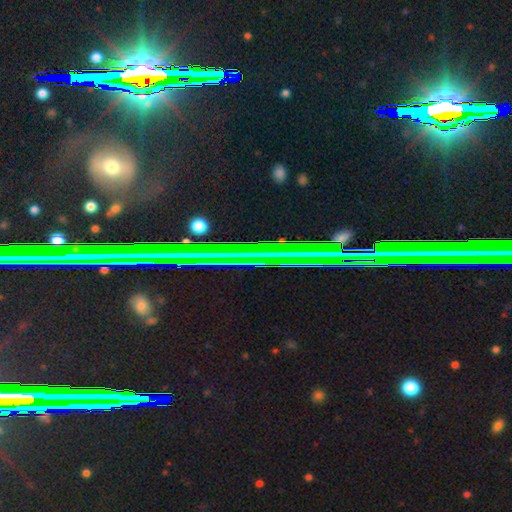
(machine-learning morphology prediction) Smooth or featured: star or artifact — 78% (featured or disk — 13%)